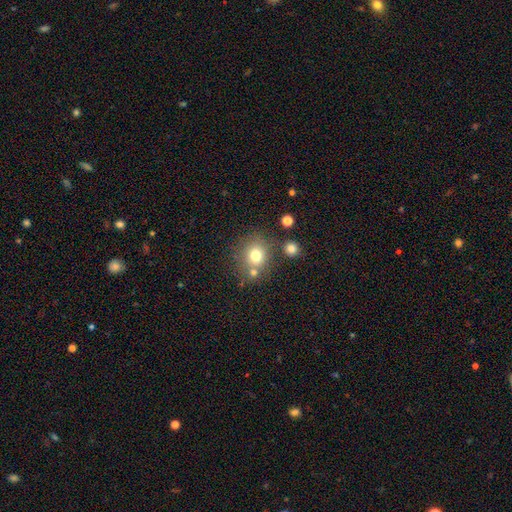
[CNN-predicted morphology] type=smooth (74%); roundness=round (78%); merging=none (67%).